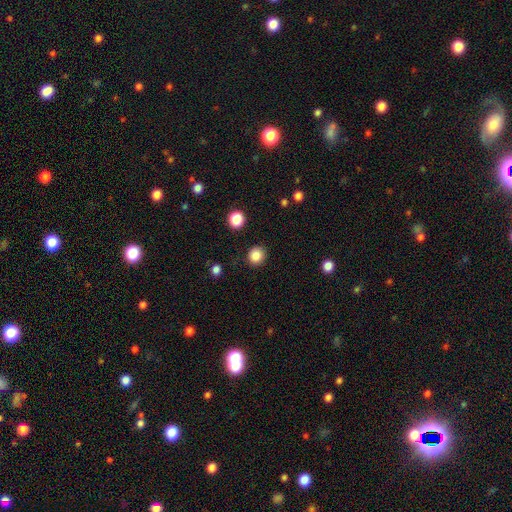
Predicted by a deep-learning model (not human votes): Smooth or featured? smooth (85%)
How rounded? round (89%)
Merging? none (90%)